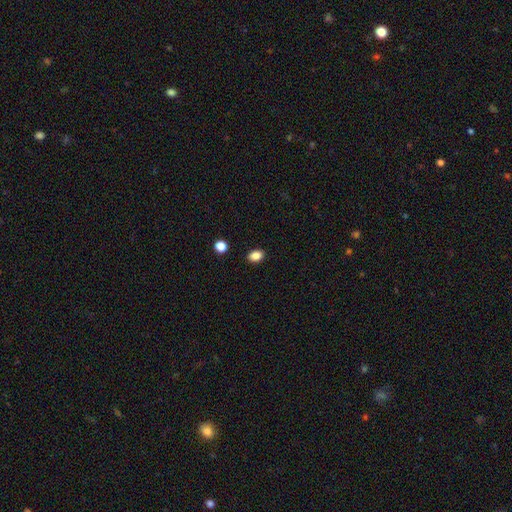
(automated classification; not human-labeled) A smooth galaxy with no disk features (86%) that is in between round and cigar-shaped (74%).

Vote fractions:
- Smooth or featured? smooth: 86% / star or artifact: 10% / featured or disk: 4%
- How rounded? in between: 74% / round: 25% / cigar-shaped: 1%
- Merging? none: 89% / minor disturbance: 8% / major disturbance: 2% / merger: 2%